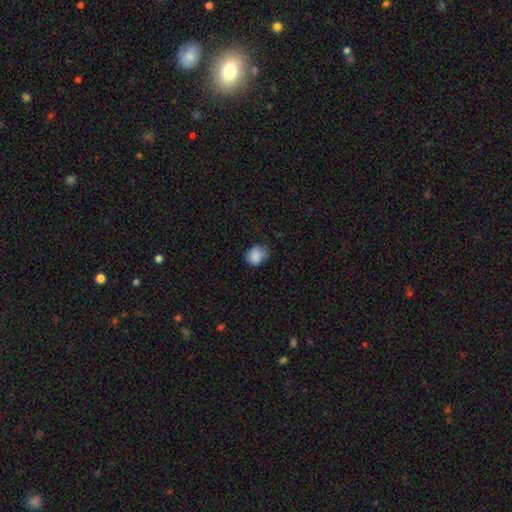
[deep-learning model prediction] smooth-or-featured: smooth: 87% | star or artifact: 8% | featured or disk: 4%
  how-rounded: round: 51% | in between: 48% | cigar-shaped: 1%
  merging: none: 67% | minor disturbance: 27% | major disturbance: 5% | merger: 1%